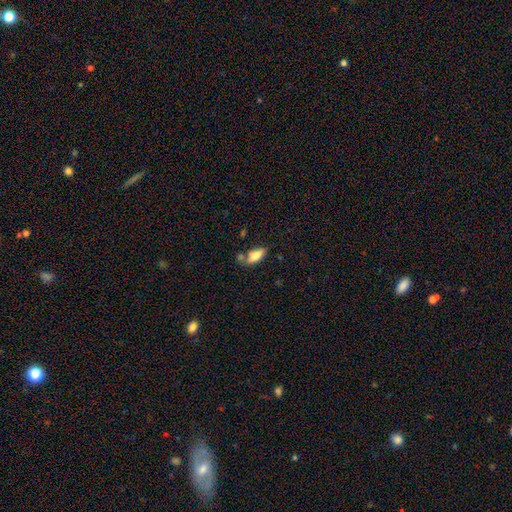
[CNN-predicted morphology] The model was most divided on "merging": none: 57%, minor disturbance: 20%, merger: 17%, major disturbance: 6%. More confident: how rounded — in between (82%); smooth or featured — smooth (74%).